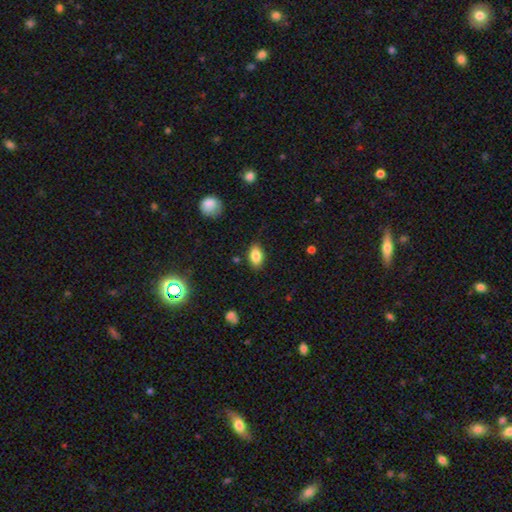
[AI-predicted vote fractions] Smooth or featured: smooth — 83% (featured or disk — 8%)
How rounded: in between — 90% (round — 8%)
Merging: none — 85% (minor disturbance — 11%)